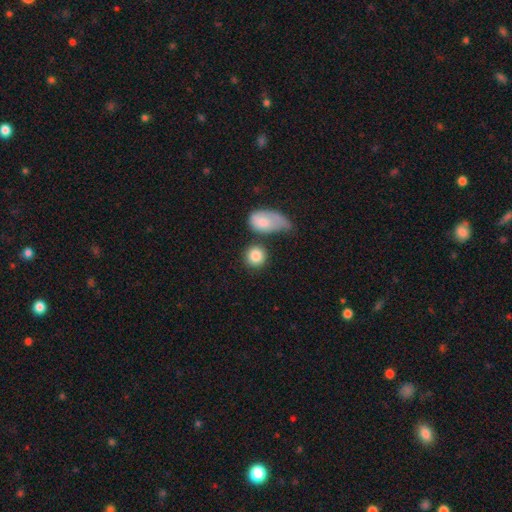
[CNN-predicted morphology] smooth 85%, star or artifact 8%, featured or disk 7%. Down the decision tree: how rounded — round (85%); merging — none (64%).